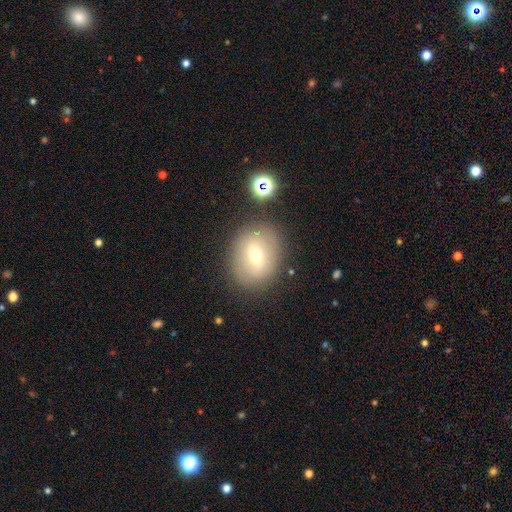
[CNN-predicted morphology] The model was most divided on "how rounded": round: 56%, in between: 43%, cigar-shaped: 1%. More confident: merging — none (80%); smooth or featured — smooth (53%).